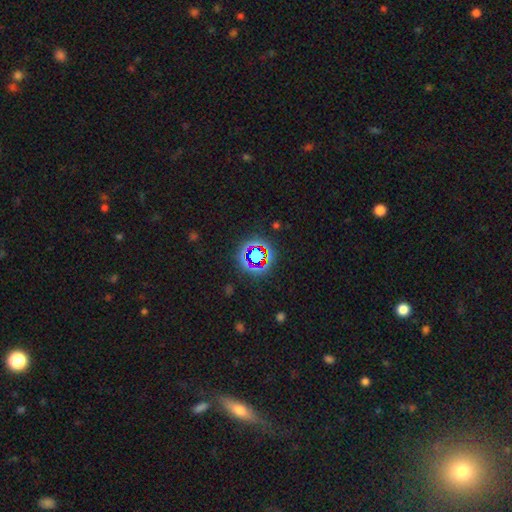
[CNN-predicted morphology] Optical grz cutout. It shows a star or artifact, not a galaxy (67%).